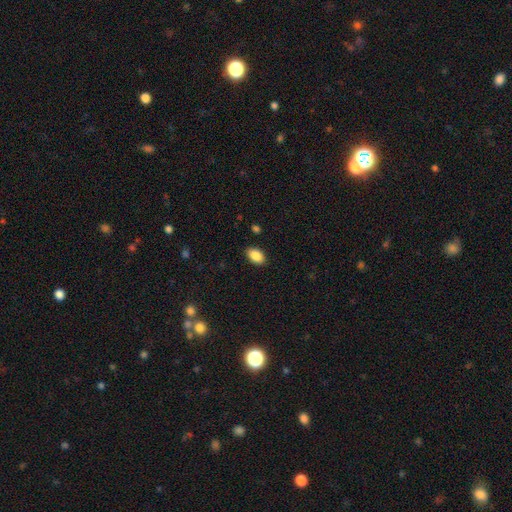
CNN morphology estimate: Q: Smooth or featured?
A: smooth (89%); runner-up: star or artifact (8%)
Q: How rounded?
A: in between (90%); runner-up: round (8%)
Q: Merging?
A: none (88%); runner-up: minor disturbance (8%)